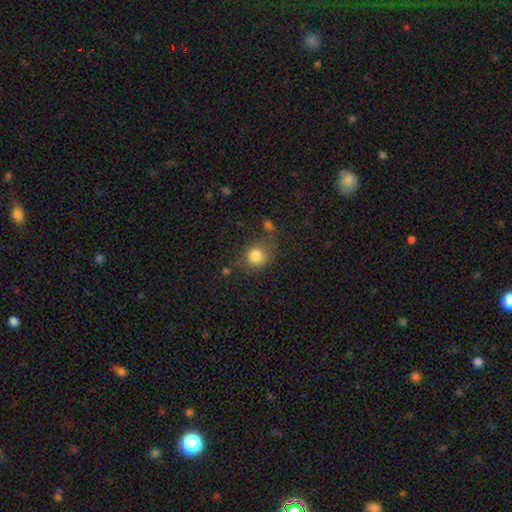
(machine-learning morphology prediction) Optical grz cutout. It shows a smooth galaxy with no disk features (83%) that is round (82%). Merging: none (65%).